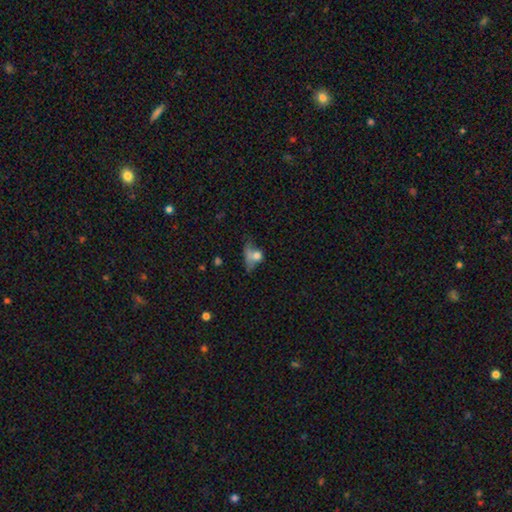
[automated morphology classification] Smooth or featured: smooth — 63% (featured or disk — 21%)
How rounded: in between — 53% (round — 39%)
Merging: major disturbance — 31% (none — 26%)